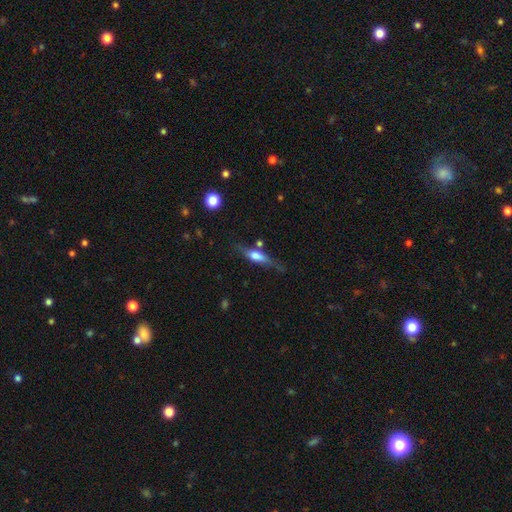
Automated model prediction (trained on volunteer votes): smooth-or-featured: featured or disk: 48% | smooth: 45% | star or artifact: 7%
  merging: none: 61% | minor disturbance: 23% | major disturbance: 9% | merger: 7%